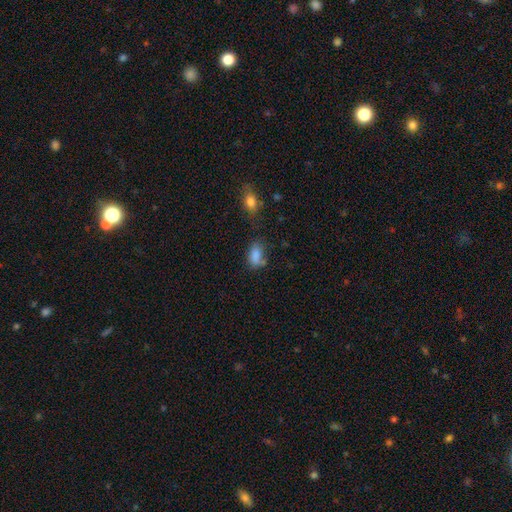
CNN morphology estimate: A smooth galaxy with no disk features (84%) that is in between round and cigar-shaped (88%). Merging: none (55%).